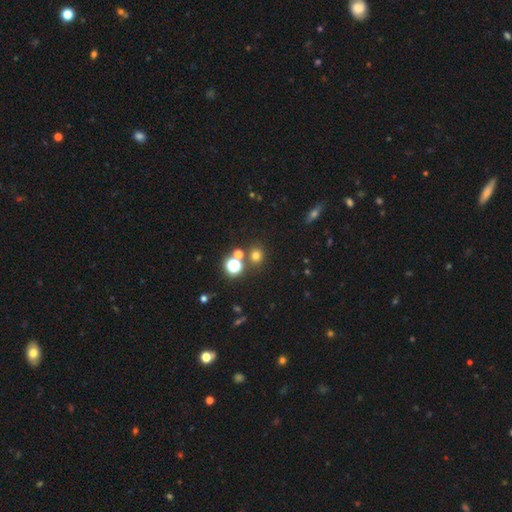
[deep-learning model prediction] smooth_or_featured: smooth (p=0.68) [alt: star or artifact p=0.25]
how_rounded: round (p=0.87) [alt: in between p=0.12]
merging: none (p=0.76) [alt: merger p=0.13]